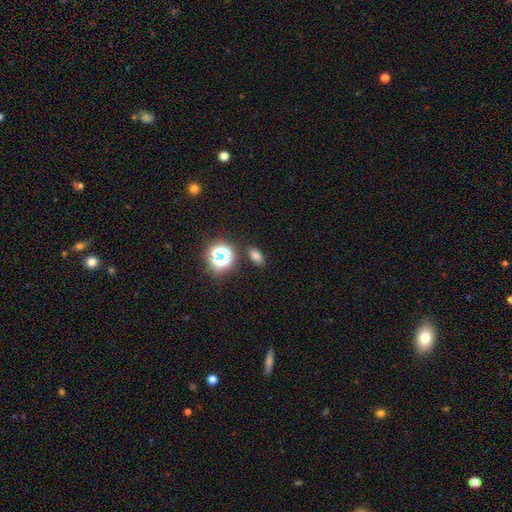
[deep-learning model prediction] This appears to be a smooth galaxy with no disk features (71%) that is in between round and cigar-shaped (79%). Merging: none (85%).